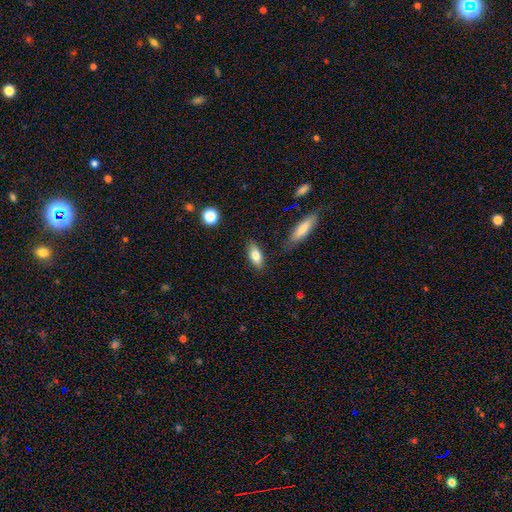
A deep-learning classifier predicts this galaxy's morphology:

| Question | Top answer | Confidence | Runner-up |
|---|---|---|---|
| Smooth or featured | smooth | 80% | featured or disk (13%) |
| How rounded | in between | 81% | cigar-shaped (16%) |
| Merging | none | 83% | minor disturbance (11%) |